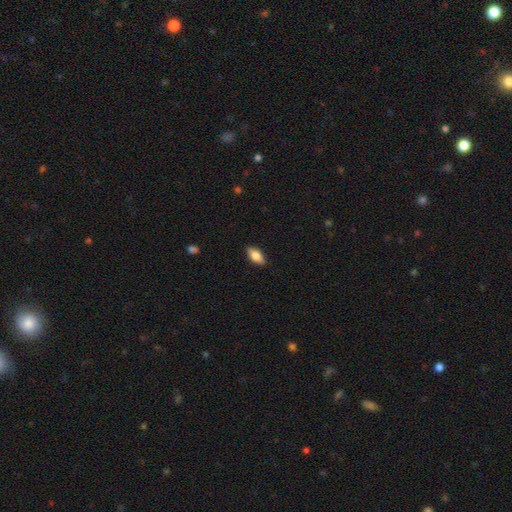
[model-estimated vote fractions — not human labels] Smooth or featured? Predicted: smooth (p=0.79). How rounded? Predicted: in between (p=0.89). Merging? Predicted: none (p=0.88).